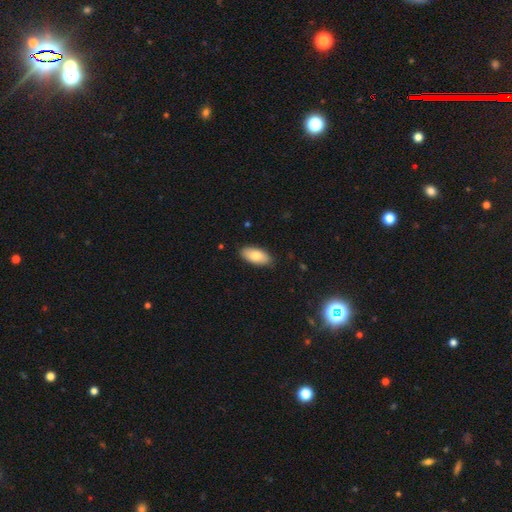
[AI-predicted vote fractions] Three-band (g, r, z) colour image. It shows a smooth galaxy with no disk features (81%) that is in between round and cigar-shaped (93%). Merging: none (85%).